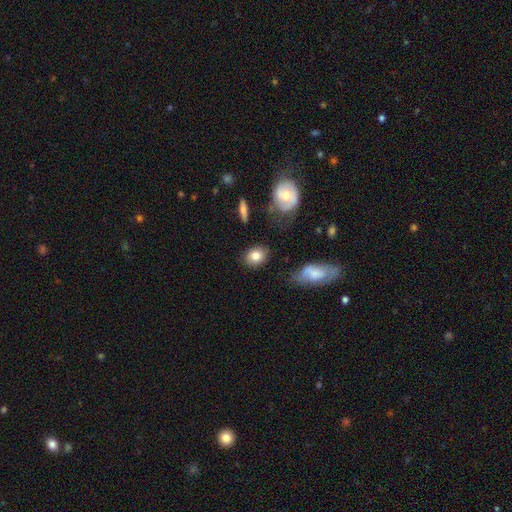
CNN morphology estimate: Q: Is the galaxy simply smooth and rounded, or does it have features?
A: smooth — 80%.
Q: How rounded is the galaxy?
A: in between — 50%.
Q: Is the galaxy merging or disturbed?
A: none — 80%.